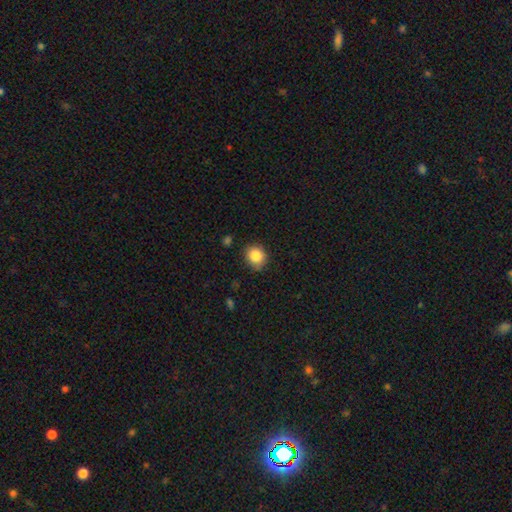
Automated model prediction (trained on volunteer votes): Morphology: type=smooth (85%); roundness=round (83%); merging=none (82%).